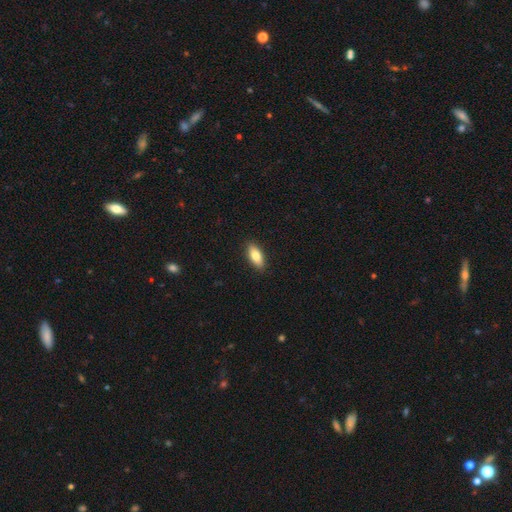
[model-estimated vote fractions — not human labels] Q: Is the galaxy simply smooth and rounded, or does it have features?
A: smooth — 80%.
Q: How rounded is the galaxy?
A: in between — 84%.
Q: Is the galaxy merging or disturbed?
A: none — 90%.